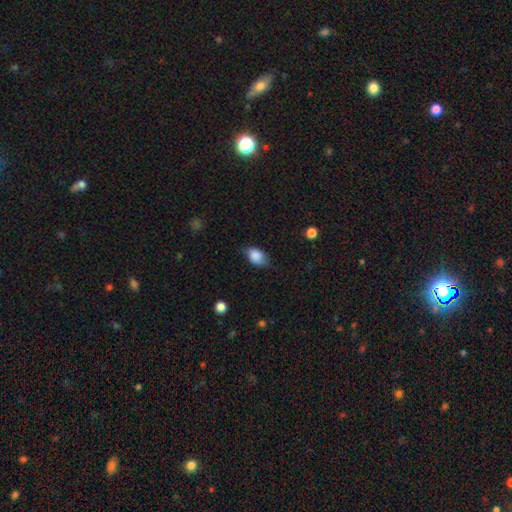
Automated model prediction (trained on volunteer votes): smooth_or_featured: smooth (p=0.85) [alt: featured or disk p=0.08]
how_rounded: in between (p=0.83) [alt: round p=0.15]
merging: none (p=0.68) [alt: minor disturbance p=0.25]